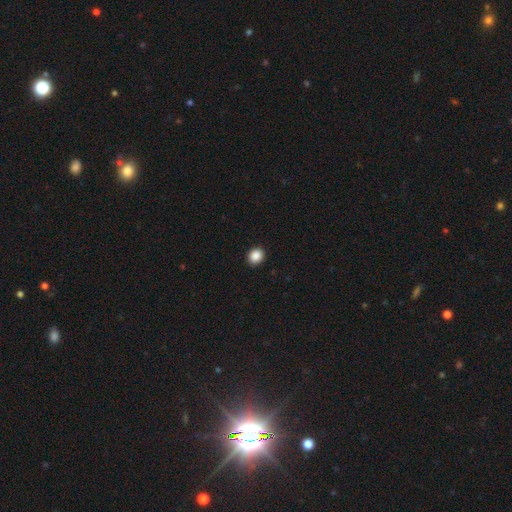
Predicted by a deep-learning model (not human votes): Smooth or featured? Predicted: smooth (p=0.88). How rounded? Predicted: round (p=0.78). Merging? Predicted: none (p=0.92).